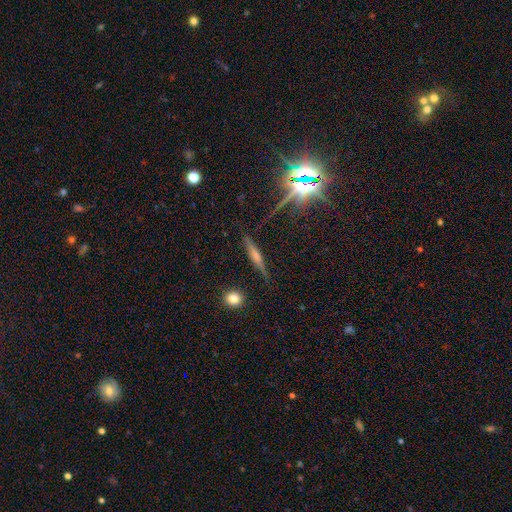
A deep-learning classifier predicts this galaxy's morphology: A featured or disk galaxy (51%) viewed edge-on (94%). Merging: none (82%).